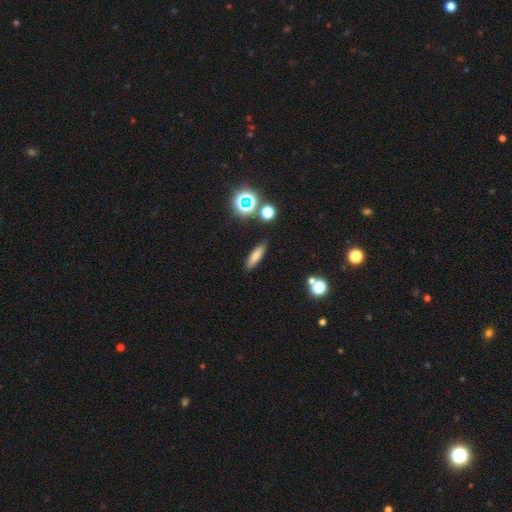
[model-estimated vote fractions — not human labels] smooth 75%, star or artifact 13%, featured or disk 12%. Down the decision tree: how rounded — cigar-shaped (62%); merging — none (88%).